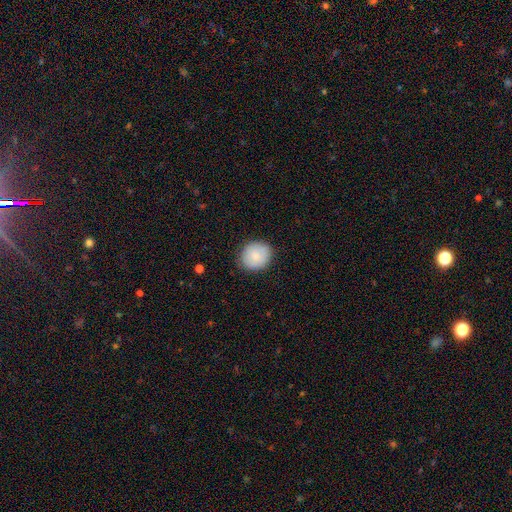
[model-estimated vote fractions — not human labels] A smooth galaxy with no disk features (83%) that is round (76%). Merging: none (84%).